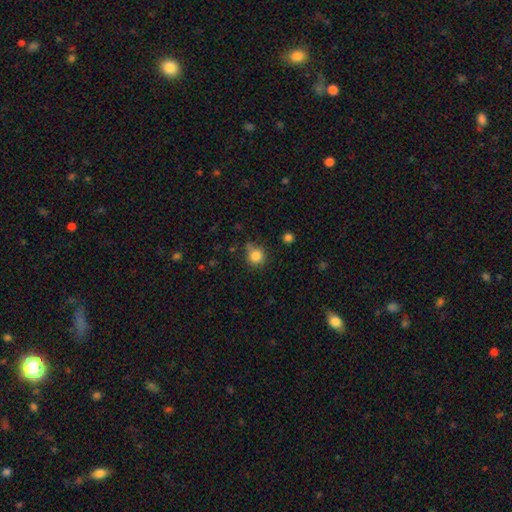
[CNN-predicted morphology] This is clearly a smooth galaxy (83%). How rounded: clearly round (87%). Merging: likely none (69%).